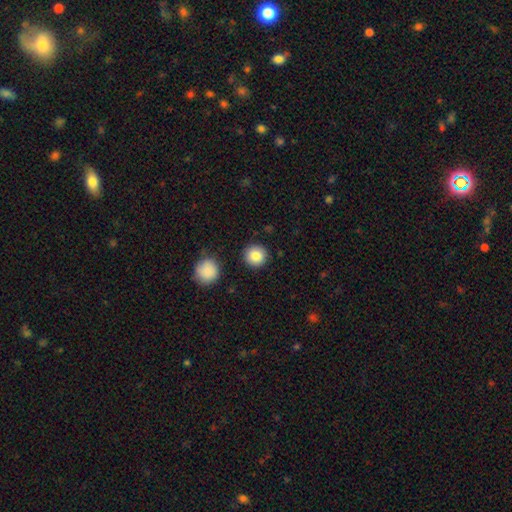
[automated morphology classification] Smooth or featured: smooth — 85% (star or artifact — 8%)
How rounded: round — 94% (in between — 5%)
Merging: none — 90% (minor disturbance — 6%)